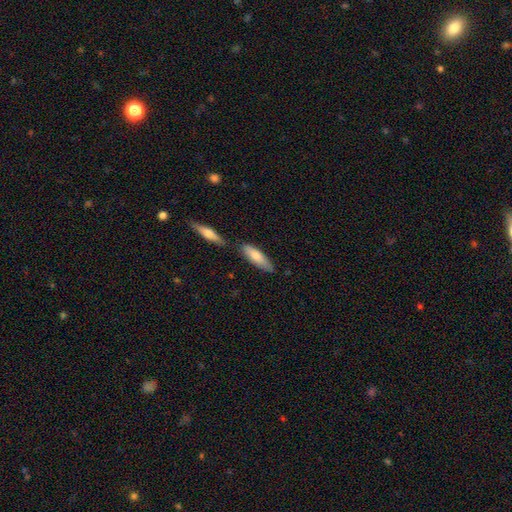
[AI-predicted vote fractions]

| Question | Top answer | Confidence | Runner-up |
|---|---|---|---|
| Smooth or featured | smooth | 77% | featured or disk (18%) |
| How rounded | cigar-shaped | 54% | in between (45%) |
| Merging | none | 67% | minor disturbance (16%) |